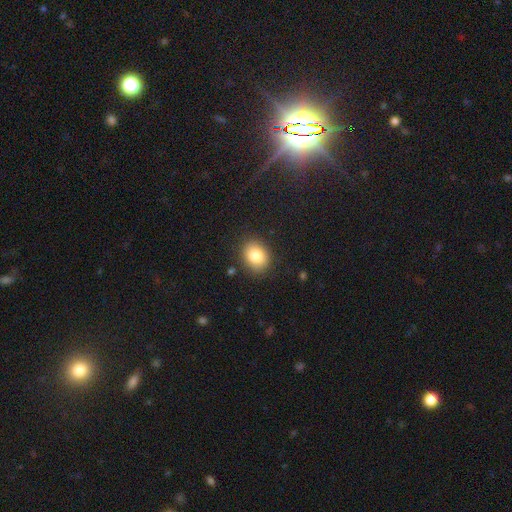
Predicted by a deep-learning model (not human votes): This appears to be a smooth galaxy with no disk features (83%) that is in between round and cigar-shaped (51%). Merging: none (86%).